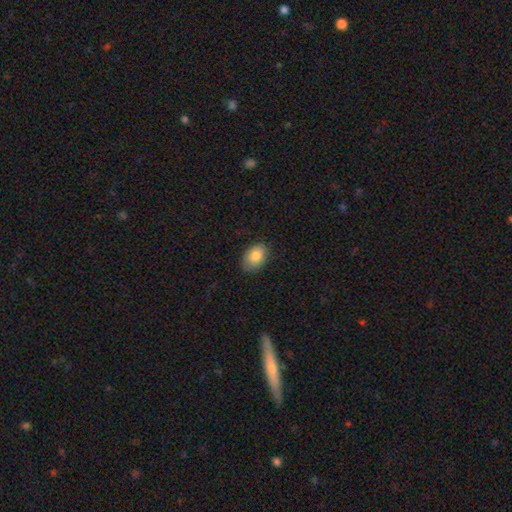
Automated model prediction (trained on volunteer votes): This appears to be a smooth galaxy with no disk features (84%) that is in between round and cigar-shaped (83%). Merging: none (81%).